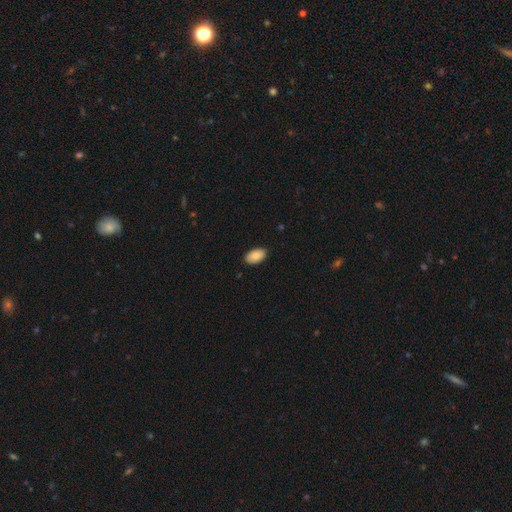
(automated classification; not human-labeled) A smooth galaxy with no disk features (87%) that is in between round and cigar-shaped (94%).

Vote fractions:
- Smooth or featured? smooth: 87% / featured or disk: 7% / star or artifact: 7%
- How rounded? in between: 94% / round: 5% / cigar-shaped: 1%
- Merging? none: 88% / minor disturbance: 9% / major disturbance: 2% / merger: 1%